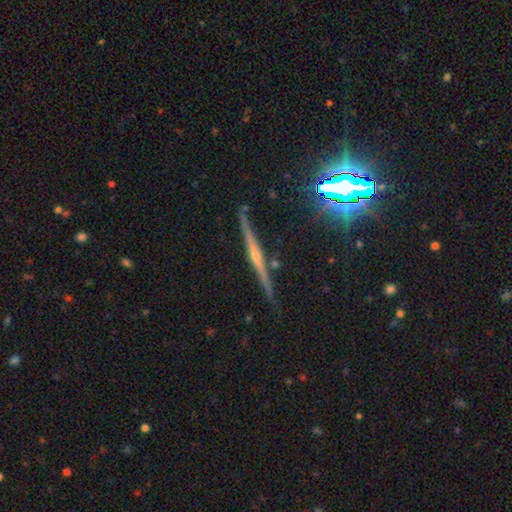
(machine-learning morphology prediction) Smooth or featured?
  - featured or disk: 74% *
  - smooth: 14%
  - star or artifact: 13%
Edge-on disk?
  - yes: 98% *
  - no: 2%
Edge-on bulge?
  - rounded: 71% *
  - none: 21%
  - boxy: 8%
Merging?
  - none: 87% *
  - minor disturbance: 9%
  - merger: 2%
  - major disturbance: 2%